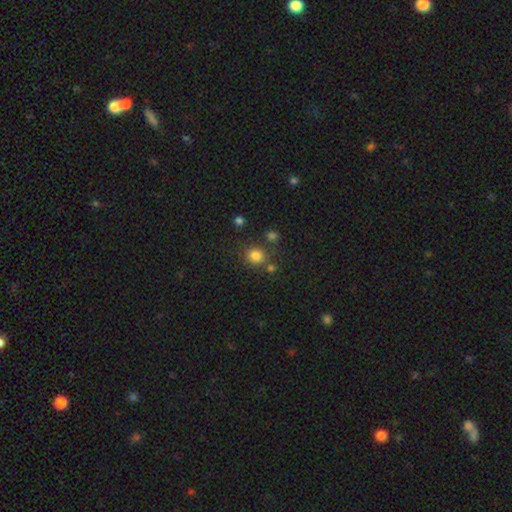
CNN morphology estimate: A smooth galaxy with no disk features (81%) that is round (83%). Merging: none (75%).